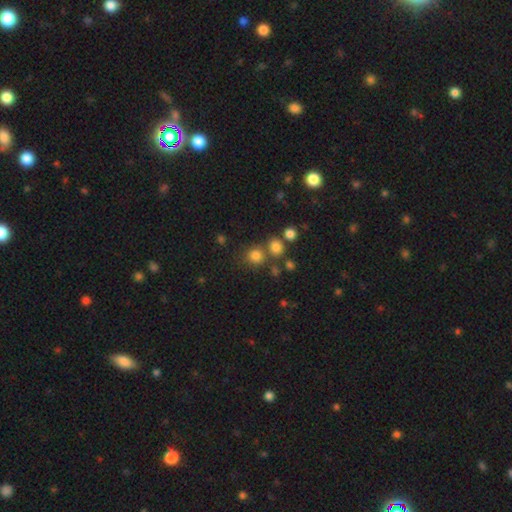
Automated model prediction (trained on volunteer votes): This appears to be a smooth galaxy with no disk features (77%) that is round (87%). Merging: none (68%).